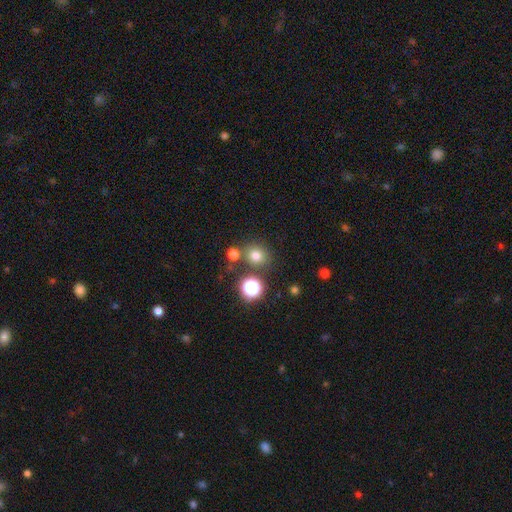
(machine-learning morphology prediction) This is likely a smooth galaxy (73%). How rounded: clearly round (83%). Merging: likely none (74%).